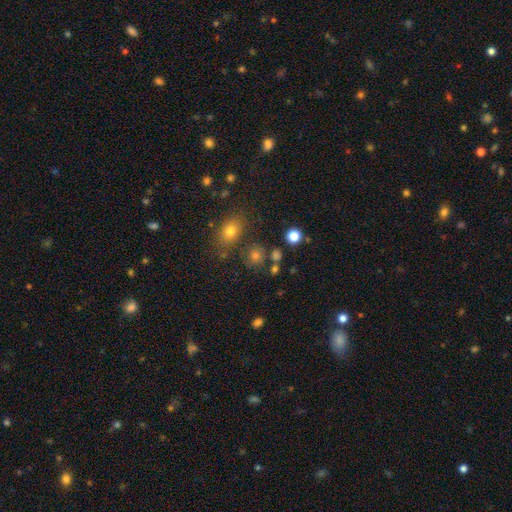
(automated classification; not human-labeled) Smooth or featured? Predicted: smooth (p=0.68). How rounded? Predicted: round (p=0.78). Merging? Predicted: none (p=0.76).